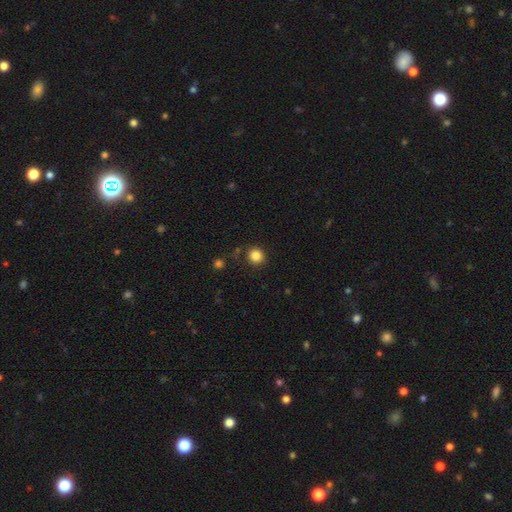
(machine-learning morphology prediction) smooth 84%, star or artifact 11%, featured or disk 4%. Down the decision tree: how rounded — round (91%); merging — none (86%).